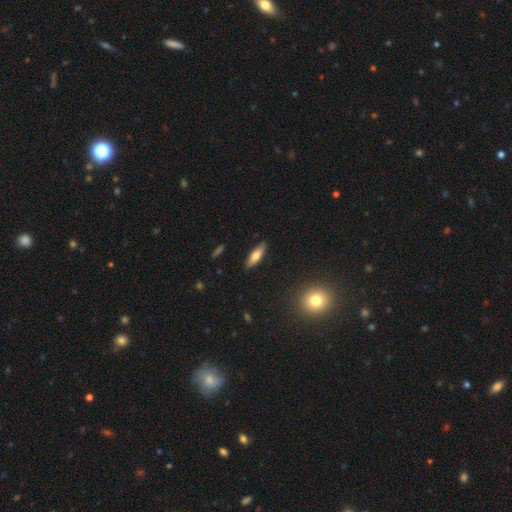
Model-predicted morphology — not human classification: Smooth or featured?
  - smooth: 69% *
  - featured or disk: 24%
  - star or artifact: 7%
How rounded?
  - cigar-shaped: 54% *
  - in between: 44%
  - round: 2%
Merging?
  - none: 88% *
  - minor disturbance: 9%
  - major disturbance: 2%
  - merger: 1%